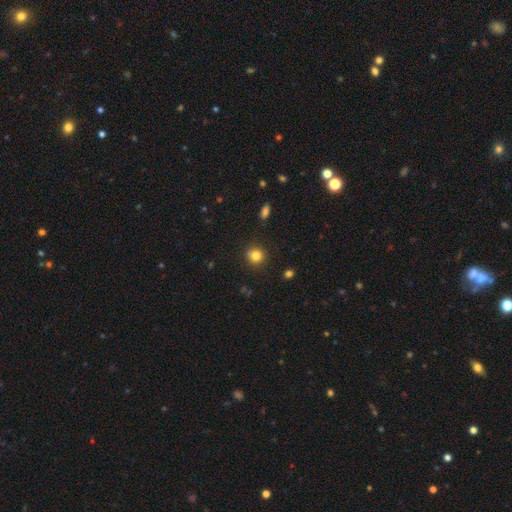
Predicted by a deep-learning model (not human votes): Morphology: type=smooth (81%); roundness=round (88%); merging=none (85%).